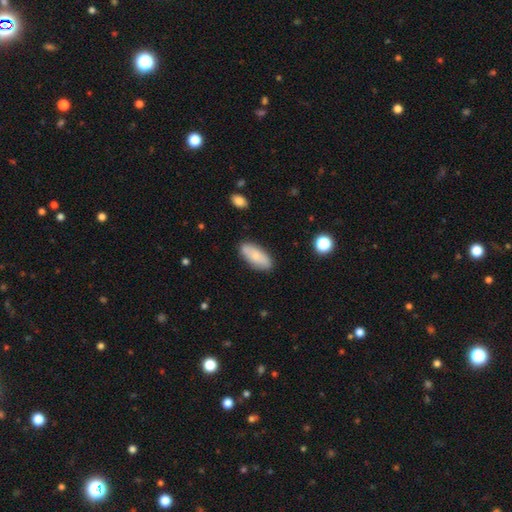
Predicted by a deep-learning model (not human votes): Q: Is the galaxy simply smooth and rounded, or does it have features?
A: smooth — 72%.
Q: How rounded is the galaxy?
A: in between — 81%.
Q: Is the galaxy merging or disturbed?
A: none — 84%.